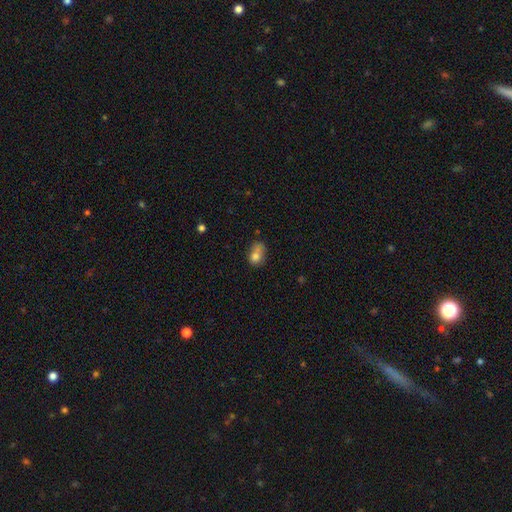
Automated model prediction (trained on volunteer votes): Morphology: type=smooth (75%); roundness=in between (68%); merging=none (33%).